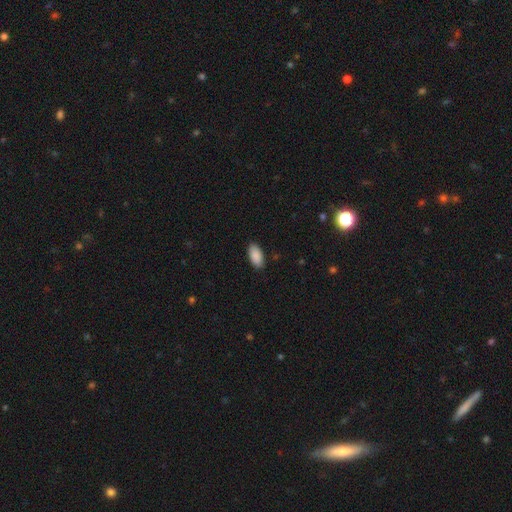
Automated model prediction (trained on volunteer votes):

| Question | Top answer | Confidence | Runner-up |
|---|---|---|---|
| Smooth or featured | smooth | 91% | star or artifact (6%) |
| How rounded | in between | 94% | cigar-shaped (4%) |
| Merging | none | 88% | minor disturbance (9%) |